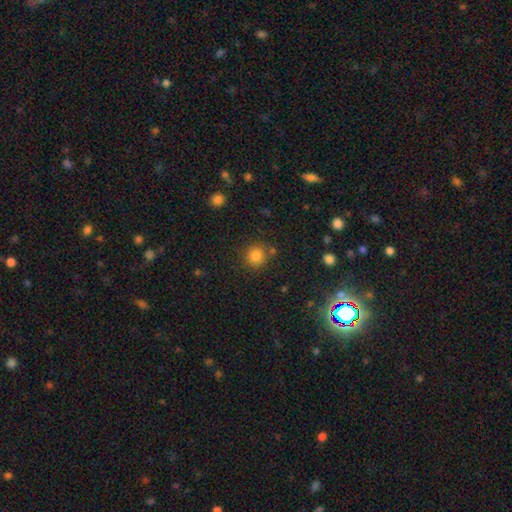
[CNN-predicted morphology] This is clearly a smooth galaxy (83%). How rounded: clearly round (91%). Merging: likely none (79%).